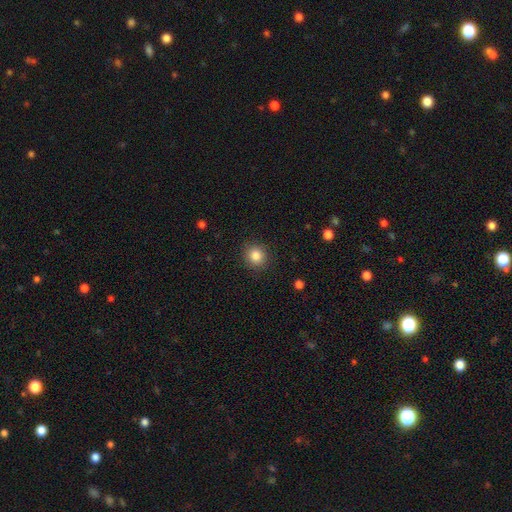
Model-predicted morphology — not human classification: This appears to be a smooth galaxy with no disk features (84%) that is round (89%). Merging: none (91%).